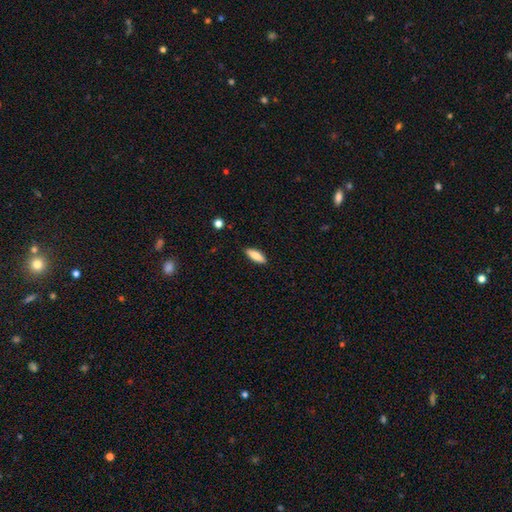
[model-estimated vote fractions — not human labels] This is clearly a smooth galaxy (84%). How rounded: possibly in between (57%). Merging: clearly none (88%).